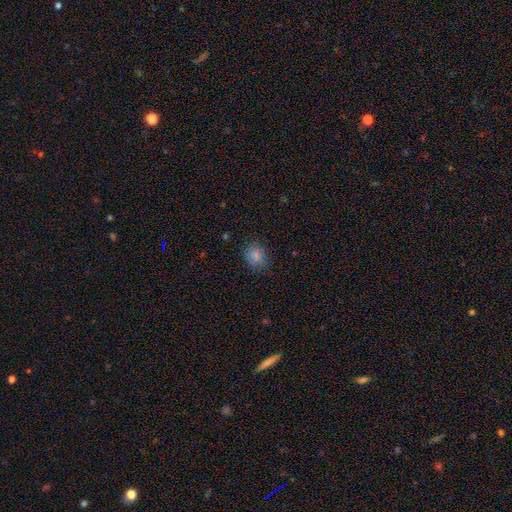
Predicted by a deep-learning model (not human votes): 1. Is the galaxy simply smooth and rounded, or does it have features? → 79% smooth, 13% star or artifact, 7% featured or disk.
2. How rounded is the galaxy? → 56% round, 43% in between, 1% cigar-shaped.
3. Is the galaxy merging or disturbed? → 82% none, 13% minor disturbance, 4% major disturbance, 1% merger.